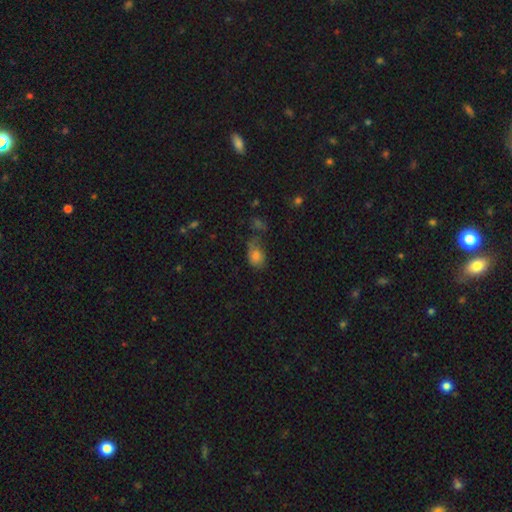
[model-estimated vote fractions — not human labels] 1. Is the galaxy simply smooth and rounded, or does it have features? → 76% smooth, 13% featured or disk, 11% star or artifact.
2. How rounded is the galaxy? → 76% in between, 22% round, 2% cigar-shaped.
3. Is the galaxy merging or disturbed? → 37% none, 29% minor disturbance, 23% major disturbance, 10% merger.